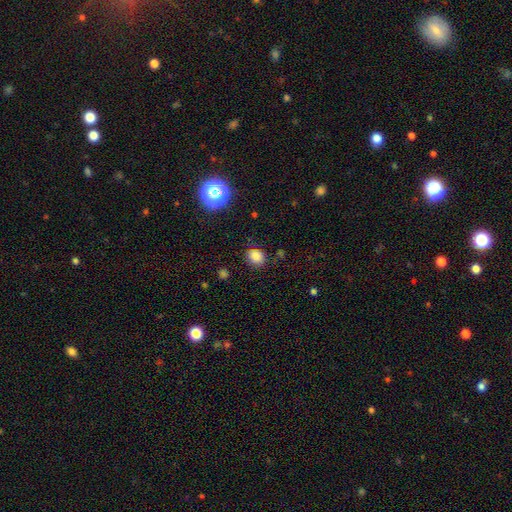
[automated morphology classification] Smooth or featured? smooth (81%)
How rounded? round (59%)
Merging? none (76%)